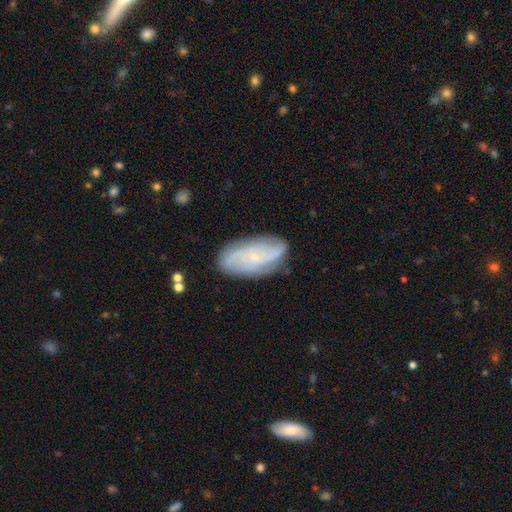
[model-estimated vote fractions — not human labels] featured or disk 53%, smooth 36%, star or artifact 11%. Down the decision tree: edge-on disk — no (89%); merging — none (78%).